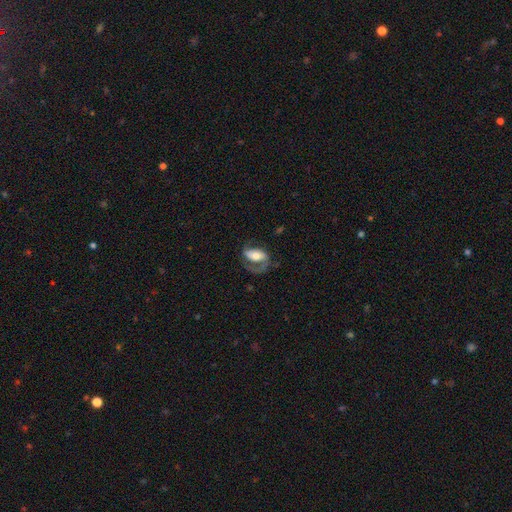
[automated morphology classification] The model was most divided on "bar": no: 36%, strong: 34%, weak: 30%. Remaining: edge-on disk — no (95%); spiral arms — yes (85%); smooth or featured — featured or disk (70%); spiral arm count — 2 (62%); bulge size — moderate (60%); merging — none (50%); spiral winding — medium (45%).